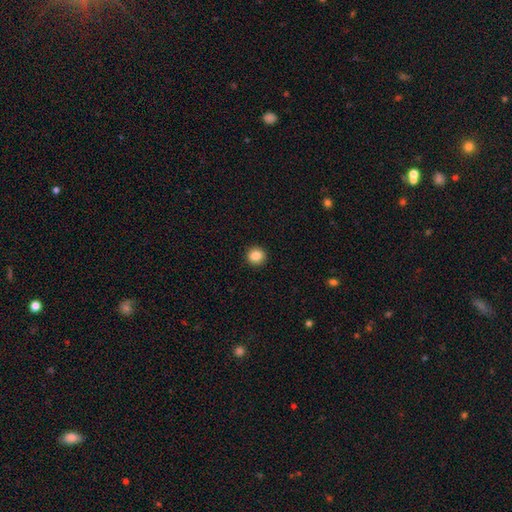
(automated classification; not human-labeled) Smooth or featured: smooth — 85% (star or artifact — 9%)
How rounded: round — 93% (in between — 6%)
Merging: none — 93% (minor disturbance — 4%)